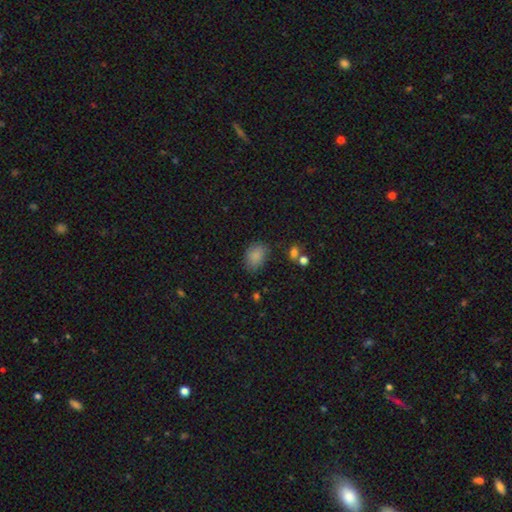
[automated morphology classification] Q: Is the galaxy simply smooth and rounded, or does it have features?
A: smooth — 85%.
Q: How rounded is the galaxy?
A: in between — 75%.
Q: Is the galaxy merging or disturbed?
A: none — 73%.